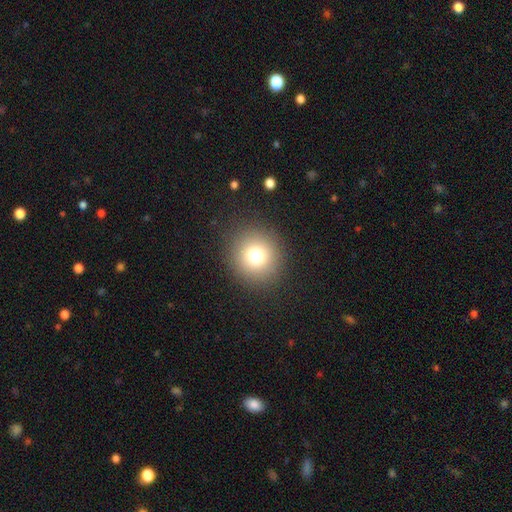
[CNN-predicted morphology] A smooth galaxy with no disk features (76%) that is round (93%). Merging: none (90%).